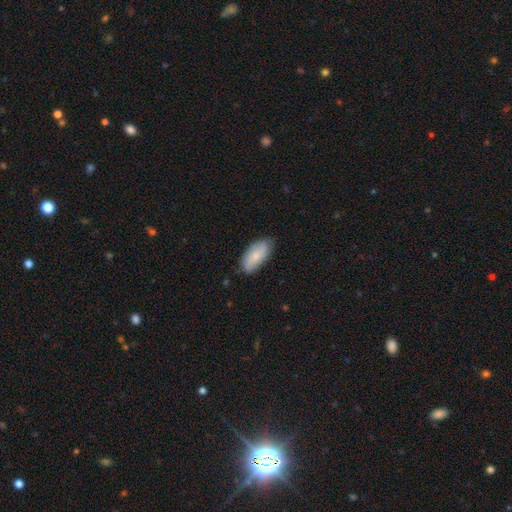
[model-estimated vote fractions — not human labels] The model was most divided on "smooth or featured": smooth: 75%, featured or disk: 20%, star or artifact: 6%. More confident: how rounded — in between (90%); merging — none (79%).